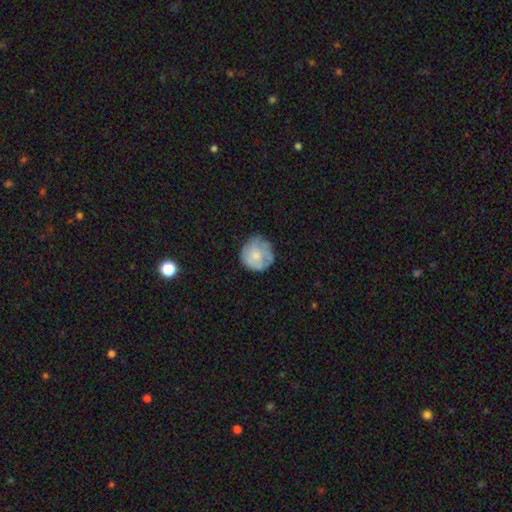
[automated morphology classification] This is likely a smooth galaxy (63%). How rounded: clearly round (92%). Merging: likely none (69%).